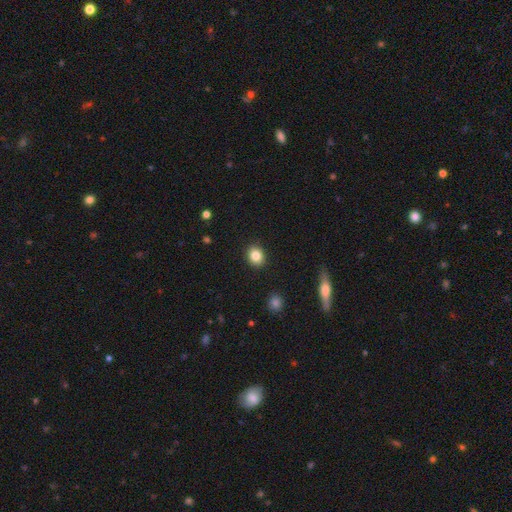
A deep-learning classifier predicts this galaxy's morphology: Smooth or featured?
  - smooth: 85% *
  - star or artifact: 10%
  - featured or disk: 6%
How rounded?
  - round: 62% *
  - in between: 37%
  - cigar-shaped: 1%
Merging?
  - none: 90% *
  - minor disturbance: 7%
  - major disturbance: 2%
  - merger: 1%